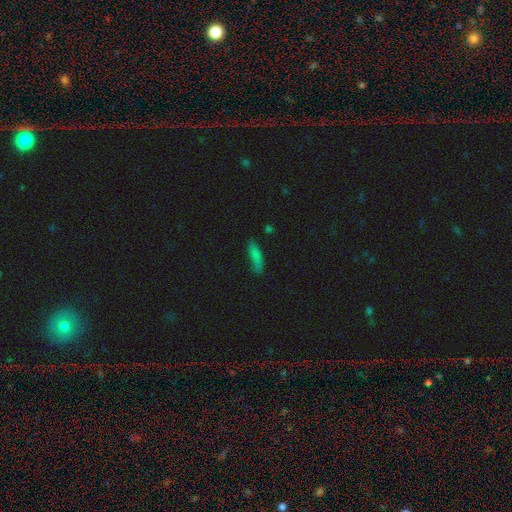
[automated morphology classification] The model was most divided on "how rounded": cigar-shaped: 61%, in between: 37%, round: 3%. More confident: smooth or featured — smooth (76%); merging — none (64%).